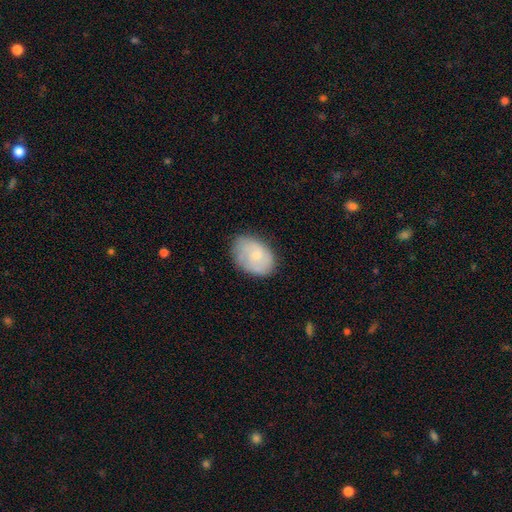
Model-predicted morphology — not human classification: Overall: smooth (54%; featured or disk 39%). How rounded: in between (79%). Merging: none (71%).